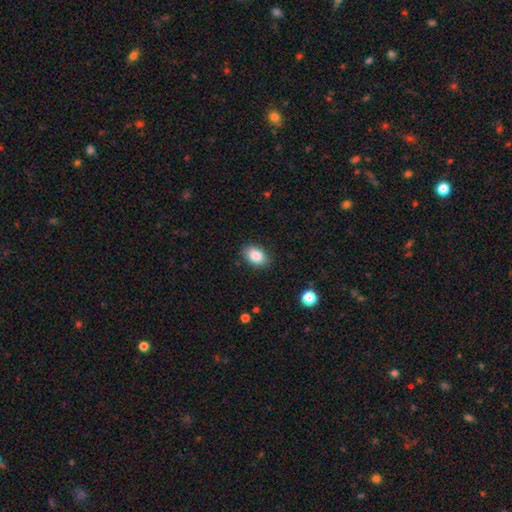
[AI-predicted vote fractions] smooth-or-featured: smooth: 86% | star or artifact: 8% | featured or disk: 6%
  how-rounded: in between: 83% | round: 16% | cigar-shaped: 1%
  merging: none: 85% | minor disturbance: 11% | major disturbance: 3% | merger: 1%